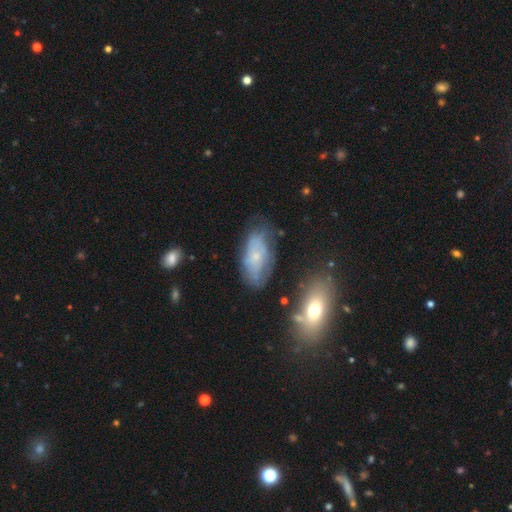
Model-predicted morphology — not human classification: Q: Smooth or featured?
A: featured or disk (48%); runner-up: smooth (44%)
Q: Merging?
A: none (62%); runner-up: minor disturbance (25%)